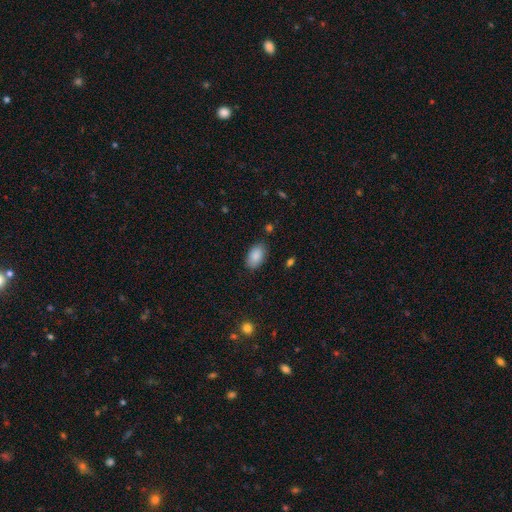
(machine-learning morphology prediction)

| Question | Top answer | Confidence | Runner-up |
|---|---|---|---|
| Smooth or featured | smooth | 88% | star or artifact (7%) |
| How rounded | in between | 92% | round (6%) |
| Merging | none | 83% | minor disturbance (12%) |